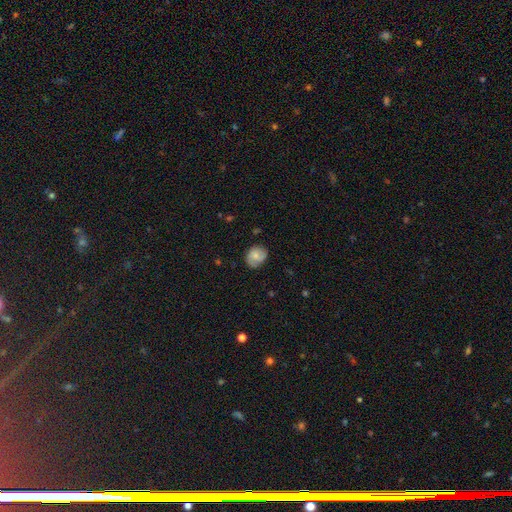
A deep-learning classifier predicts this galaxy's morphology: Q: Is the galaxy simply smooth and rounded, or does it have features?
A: smooth — 59%.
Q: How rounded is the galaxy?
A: round — 59%.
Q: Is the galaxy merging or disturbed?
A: none — 68%.